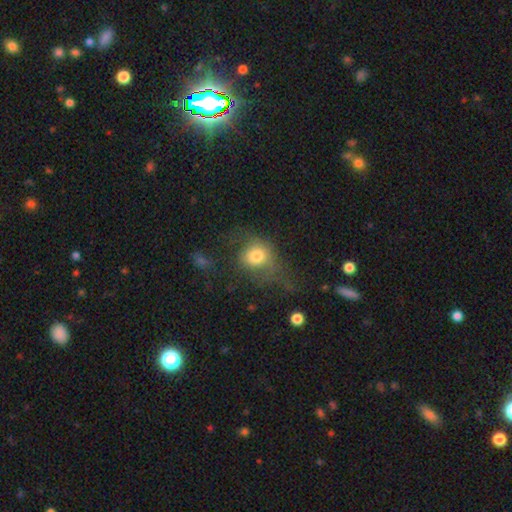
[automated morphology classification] The model was most divided on "merging": none: 41%, major disturbance: 31%, minor disturbance: 24%, merger: 3%. More confident: smooth or featured — smooth (69%); how rounded — round (68%).